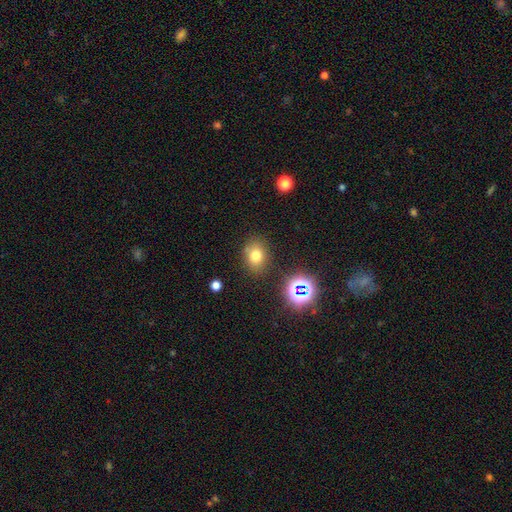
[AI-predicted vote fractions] A smooth galaxy with no disk features (73%) that is in between round and cigar-shaped (61%).

Vote fractions:
- Smooth or featured? smooth: 73% / star or artifact: 17% / featured or disk: 10%
- How rounded? in between: 61% / round: 38% / cigar-shaped: 1%
- Merging? none: 79% / minor disturbance: 13% / major disturbance: 4% / merger: 3%